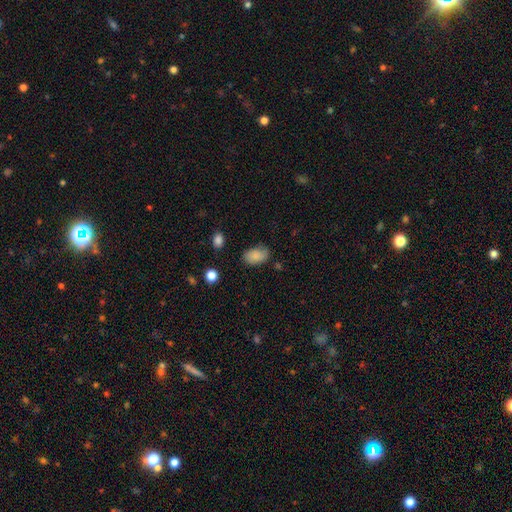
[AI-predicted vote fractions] The model was most divided on "merging": none: 74%, minor disturbance: 19%, major disturbance: 5%, merger: 2%. More confident: how rounded — in between (90%); smooth or featured — smooth (86%).